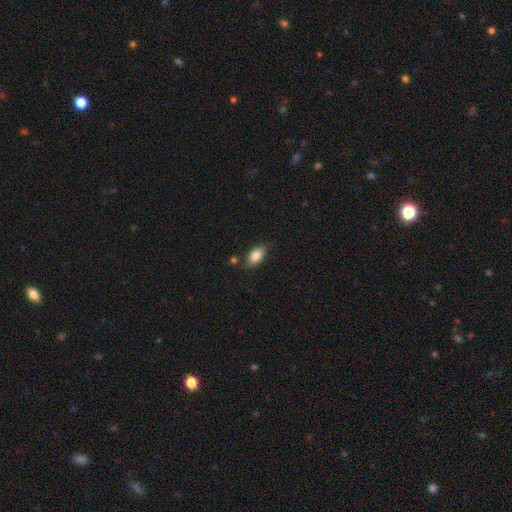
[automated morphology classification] A smooth galaxy with no disk features (84%) that is in between round and cigar-shaped (91%).

Vote fractions:
- Smooth or featured? smooth: 84% / featured or disk: 8% / star or artifact: 8%
- How rounded? in between: 91% / round: 6% / cigar-shaped: 3%
- Merging? none: 78% / minor disturbance: 15% / merger: 4% / major disturbance: 3%